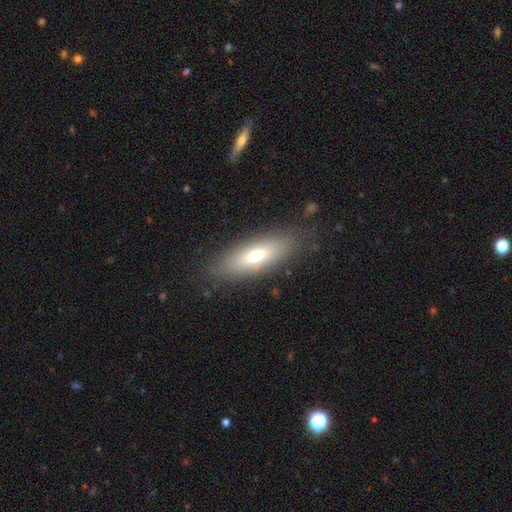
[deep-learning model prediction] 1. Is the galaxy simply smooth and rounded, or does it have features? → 65% smooth, 27% featured or disk, 8% star or artifact.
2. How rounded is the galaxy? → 56% in between, 41% cigar-shaped, 2% round.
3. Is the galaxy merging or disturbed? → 84% none, 11% minor disturbance, 3% major disturbance, 1% merger.